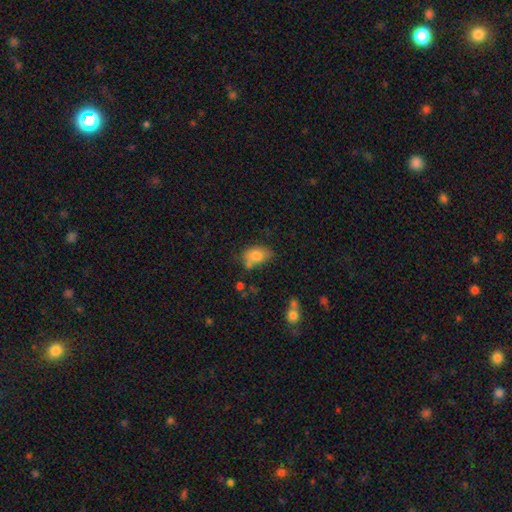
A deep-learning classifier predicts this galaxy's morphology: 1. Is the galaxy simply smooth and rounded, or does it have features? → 78% smooth, 13% featured or disk, 9% star or artifact.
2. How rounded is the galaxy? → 81% in between, 18% round, 2% cigar-shaped.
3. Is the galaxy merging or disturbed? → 49% none, 28% minor disturbance, 13% merger, 9% major disturbance.